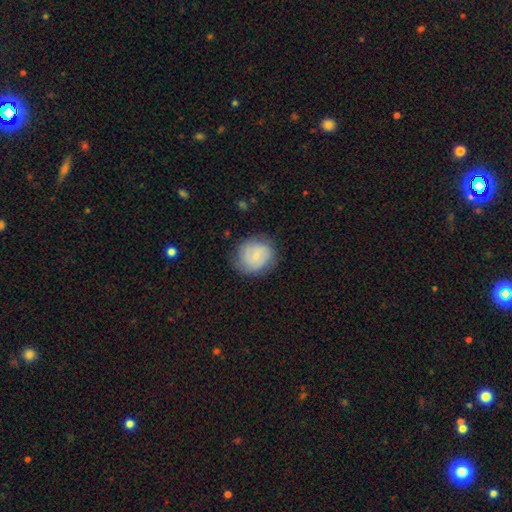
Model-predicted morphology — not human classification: Q: Smooth or featured?
A: smooth (59%); runner-up: featured or disk (33%)
Q: How rounded?
A: round (81%); runner-up: in between (18%)
Q: Merging?
A: none (77%); runner-up: minor disturbance (17%)